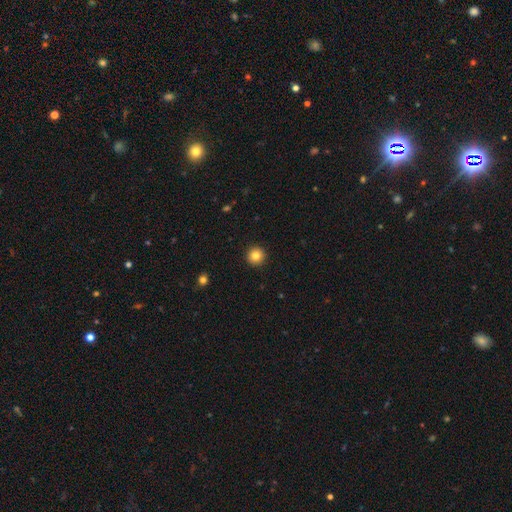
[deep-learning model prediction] Morphology: type=smooth (83%); roundness=round (96%); merging=none (93%).